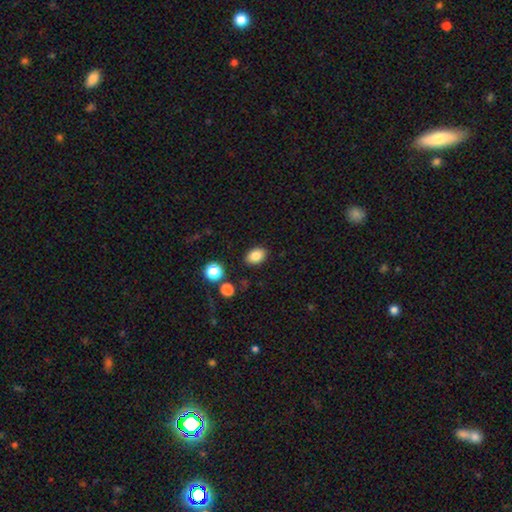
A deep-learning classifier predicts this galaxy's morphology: smooth 84%, star or artifact 9%, featured or disk 6%. Down the decision tree: how rounded — in between (80%); merging — none (86%).